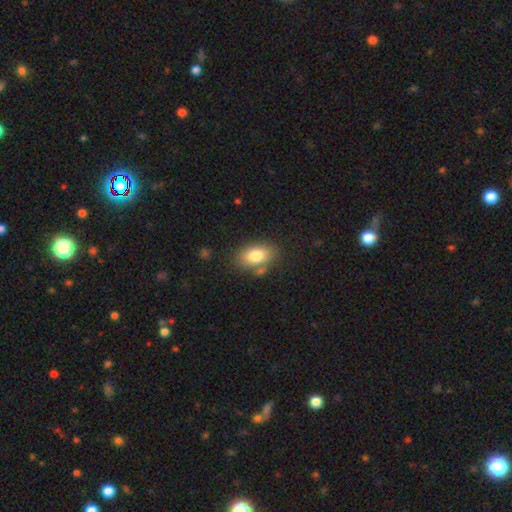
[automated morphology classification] This appears to be a smooth galaxy with no disk features (80%) that is in between round and cigar-shaped (87%). Merging: none (72%).